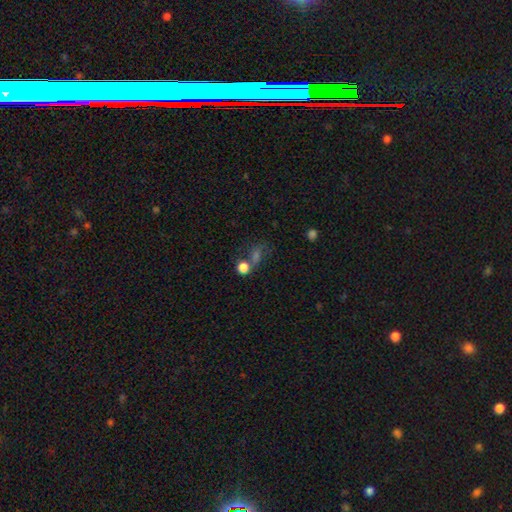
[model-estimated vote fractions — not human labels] A smooth galaxy with no disk features (47%).

Vote fractions:
- Smooth or featured? smooth: 47% / star or artifact: 35% / featured or disk: 19%
- Merging? none: 45% / merger: 29% / minor disturbance: 13% / major disturbance: 12%